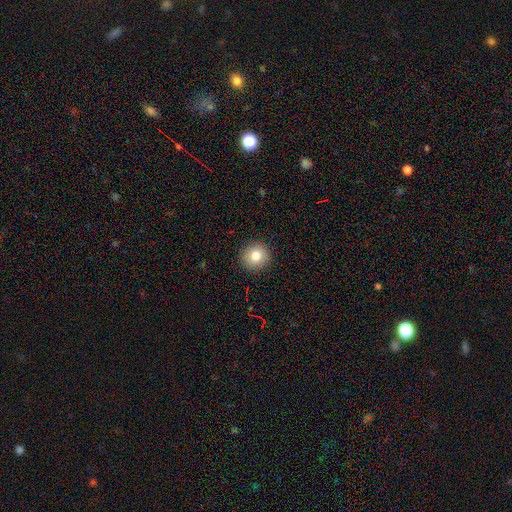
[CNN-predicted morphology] A smooth galaxy with no disk features (81%) that is round (93%). Merging: none (92%).